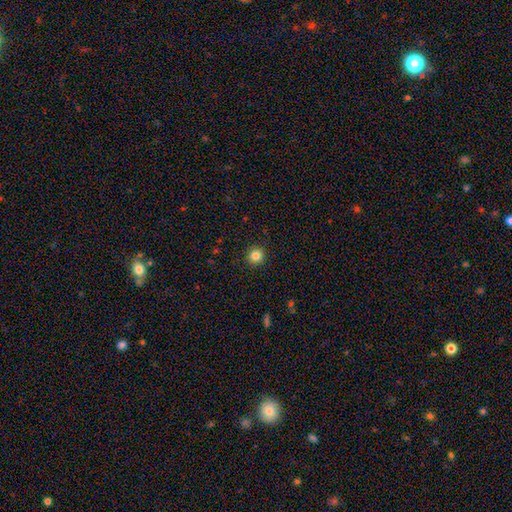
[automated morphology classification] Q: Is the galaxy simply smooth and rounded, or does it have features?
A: smooth — 84%.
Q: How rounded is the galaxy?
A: round — 93%.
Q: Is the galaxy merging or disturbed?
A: none — 92%.